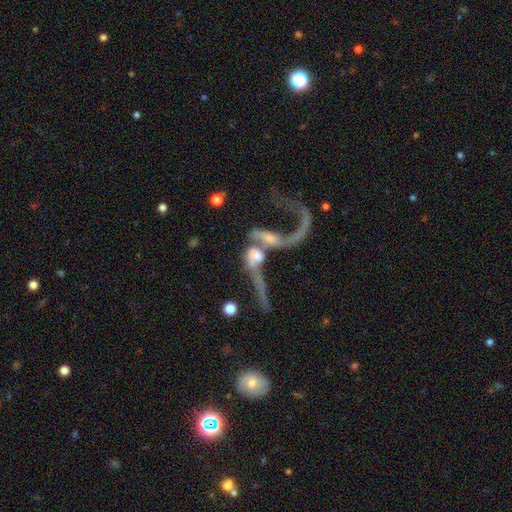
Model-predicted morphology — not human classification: smooth-or-featured: featured or disk: 65% | smooth: 25% | star or artifact: 10%
  disk-edge-on: no: 79% | yes: 21%
    bar: no: 68% | weak: 23% | strong: 10%
    has-spiral-arms: yes: 56% | no: 44%
    bulge-size: moderate: 33% | small: 29% | none: 21% | large: 13% | dominant: 4%
  merging: merger: 66% | major disturbance: 18% | none: 10% | minor disturbance: 6%